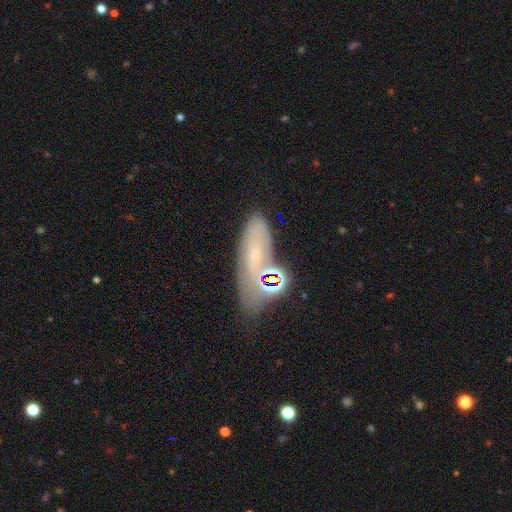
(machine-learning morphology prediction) Smooth or featured?
  - featured or disk: 51% *
  - smooth: 33%
  - star or artifact: 17%
Edge-on disk?
  - no: 80% *
  - yes: 20%
Merging?
  - none: 47% *
  - minor disturbance: 23%
  - merger: 16%
  - major disturbance: 14%